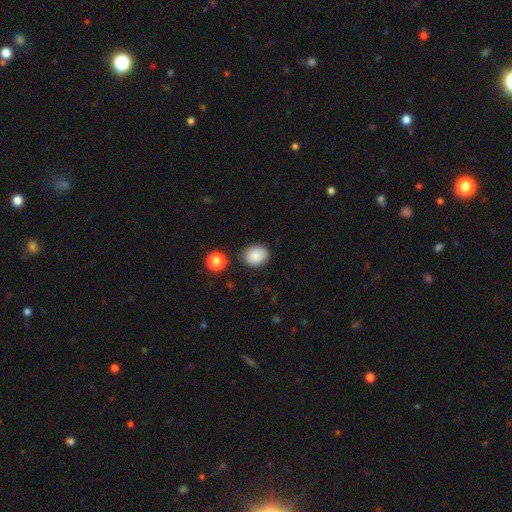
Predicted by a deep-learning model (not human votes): smooth-or-featured: smooth: 87% | star or artifact: 9% | featured or disk: 4%
  how-rounded: round: 63% | in between: 36% | cigar-shaped: 1%
  merging: none: 80% | minor disturbance: 13% | merger: 4% | major disturbance: 3%